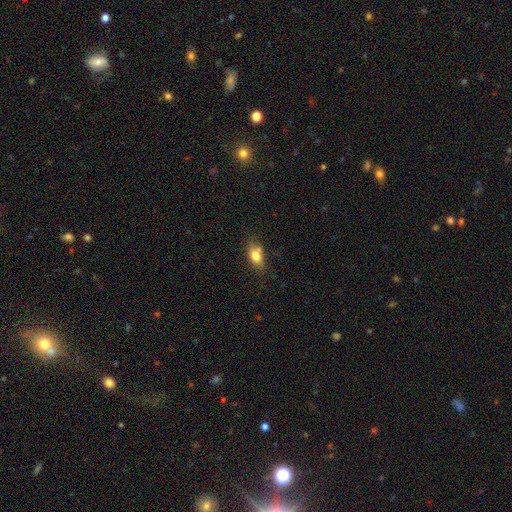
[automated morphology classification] A smooth galaxy with no disk features (75%) that is in between round and cigar-shaped (78%).

Vote fractions:
- Smooth or featured? smooth: 75% / featured or disk: 16% / star or artifact: 9%
- How rounded? in between: 78% / round: 14% / cigar-shaped: 8%
- Merging? none: 62% / minor disturbance: 21% / merger: 11% / major disturbance: 6%